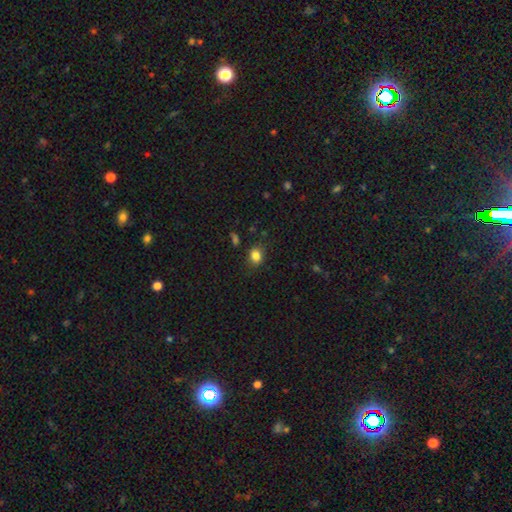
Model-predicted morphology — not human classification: Smooth or featured? smooth (83%)
How rounded? round (53%)
Merging? none (80%)